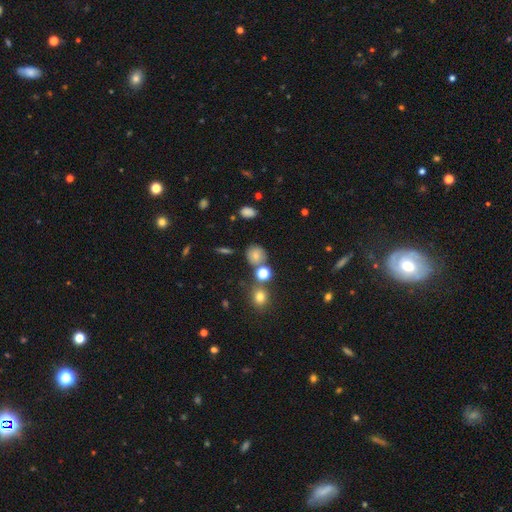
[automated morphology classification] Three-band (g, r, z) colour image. It shows a smooth galaxy with no disk features (70%) that is round (83%). Merging: none (71%).